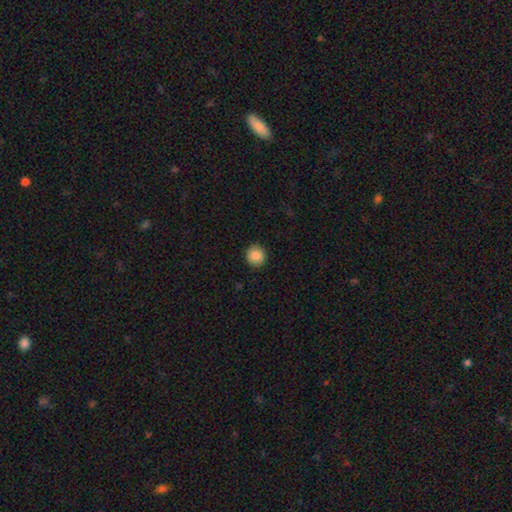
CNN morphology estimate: Smooth or featured? Predicted: smooth (p=0.88). How rounded? Predicted: round (p=0.90). Merging? Predicted: none (p=0.90).